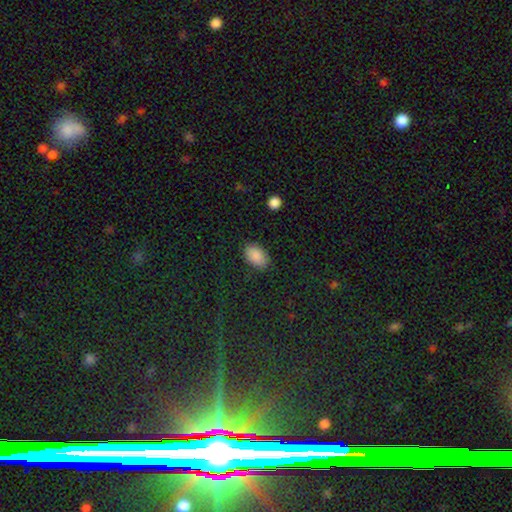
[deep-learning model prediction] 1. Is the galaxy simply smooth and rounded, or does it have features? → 88% smooth, 8% star or artifact, 4% featured or disk.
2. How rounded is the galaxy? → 91% in between, 8% round, 1% cigar-shaped.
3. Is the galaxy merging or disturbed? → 85% none, 11% minor disturbance, 3% major disturbance, 1% merger.